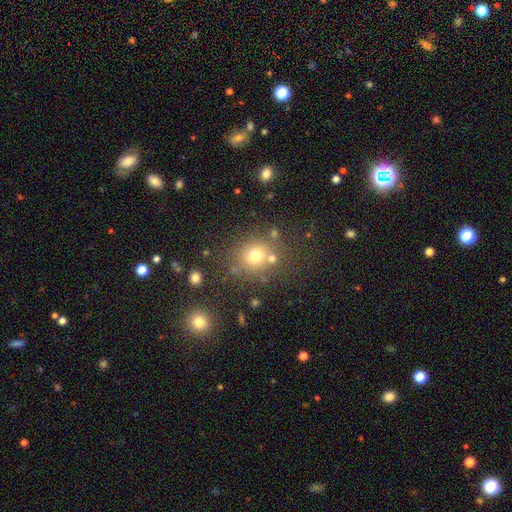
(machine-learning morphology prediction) smooth-or-featured: smooth: 71% | star or artifact: 18% | featured or disk: 11%
  how-rounded: round: 84% | in between: 15% | cigar-shaped: 1%
  merging: none: 73% | merger: 12% | minor disturbance: 11% | major disturbance: 5%